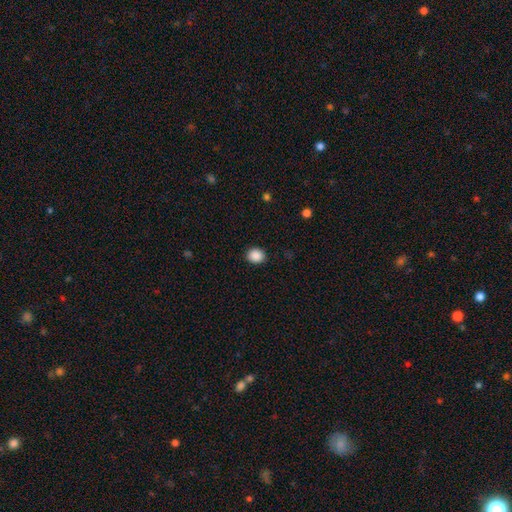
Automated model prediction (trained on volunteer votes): smooth_or_featured: smooth (p=0.89) [alt: star or artifact p=0.09]
how_rounded: round (p=0.68) [alt: in between p=0.31]
merging: none (p=0.90) [alt: minor disturbance p=0.07]